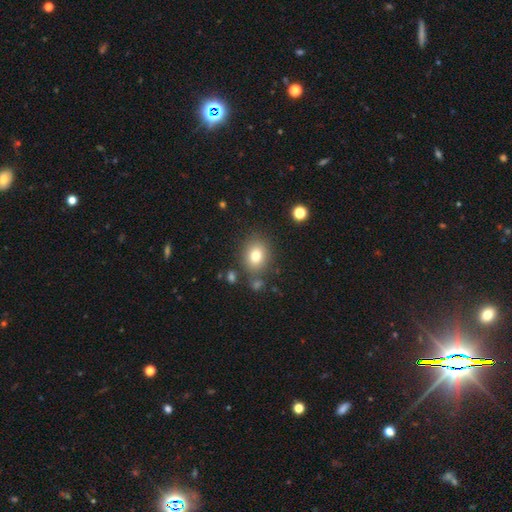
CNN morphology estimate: This appears to be a smooth galaxy with no disk features (78%) that is round (57%). Merging: none (79%).